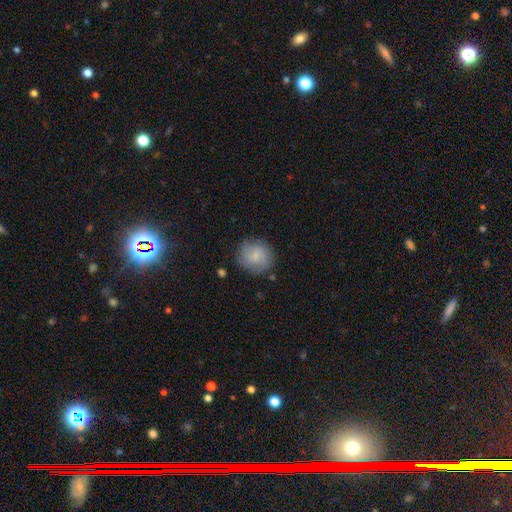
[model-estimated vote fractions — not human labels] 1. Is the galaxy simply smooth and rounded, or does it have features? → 53% smooth, 40% featured or disk, 7% star or artifact.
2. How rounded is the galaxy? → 87% round, 12% in between, 1% cigar-shaped.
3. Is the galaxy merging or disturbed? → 78% none, 15% minor disturbance, 5% major disturbance, 2% merger.